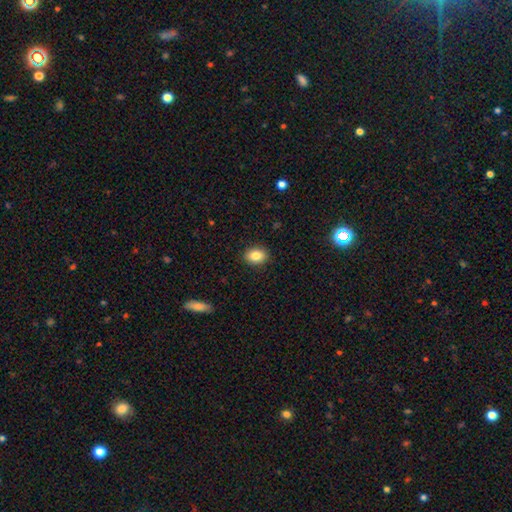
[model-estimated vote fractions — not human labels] Smooth or featured?
  - smooth: 85% *
  - star or artifact: 9%
  - featured or disk: 6%
How rounded?
  - in between: 67% *
  - round: 32%
  - cigar-shaped: 1%
Merging?
  - none: 90% *
  - minor disturbance: 7%
  - major disturbance: 2%
  - merger: 1%